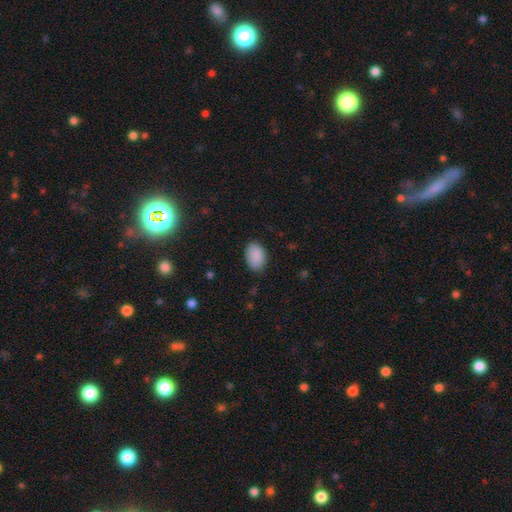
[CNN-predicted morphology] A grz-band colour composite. It shows a smooth galaxy with no disk features (89%) that is in between round and cigar-shaped (87%). Merging: none (80%).